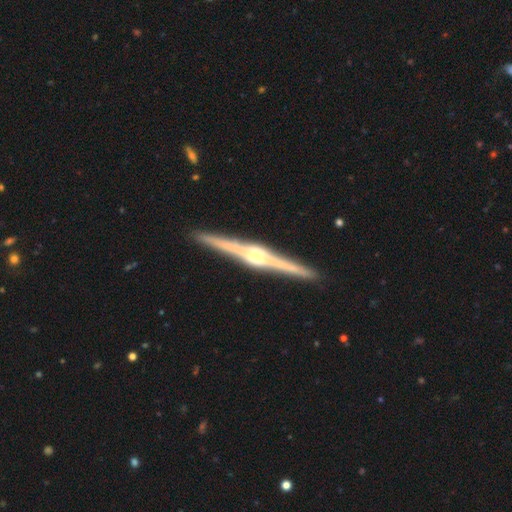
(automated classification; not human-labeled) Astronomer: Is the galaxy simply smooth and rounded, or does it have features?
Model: featured or disk — 90%.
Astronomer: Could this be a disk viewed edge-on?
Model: yes — 99%.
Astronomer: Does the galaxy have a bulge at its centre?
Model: rounded — 66%.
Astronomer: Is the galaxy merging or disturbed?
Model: none — 93%.